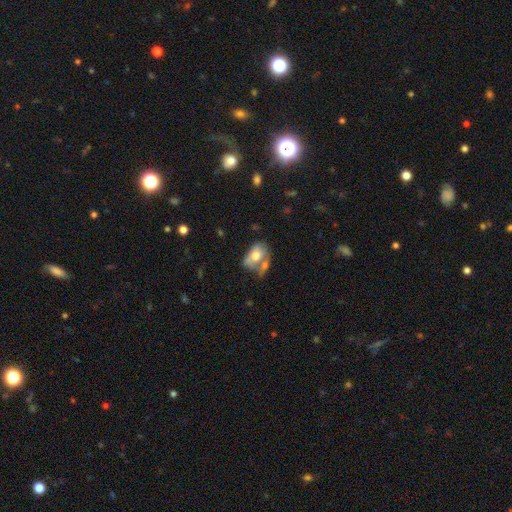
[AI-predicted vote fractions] This appears to be a smooth galaxy with no disk features (62%) that is in between round and cigar-shaped (83%). Merging: merger (43%).